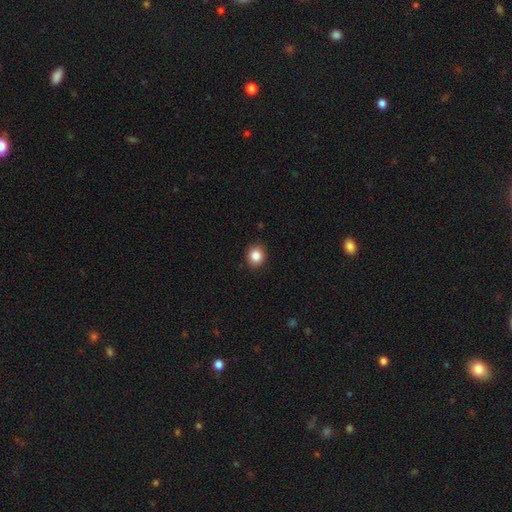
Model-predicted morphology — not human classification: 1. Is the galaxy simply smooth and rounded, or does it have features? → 87% smooth, 9% star or artifact, 4% featured or disk.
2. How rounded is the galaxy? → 75% round, 24% in between, 1% cigar-shaped.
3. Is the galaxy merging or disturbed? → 89% none, 8% minor disturbance, 2% major disturbance, 1% merger.